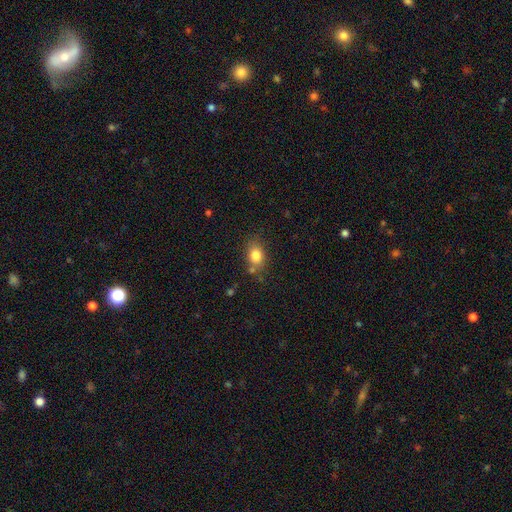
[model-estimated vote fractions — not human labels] Overall: smooth (82%). How rounded: in between (65%; round 33%). Merging: none (71%).